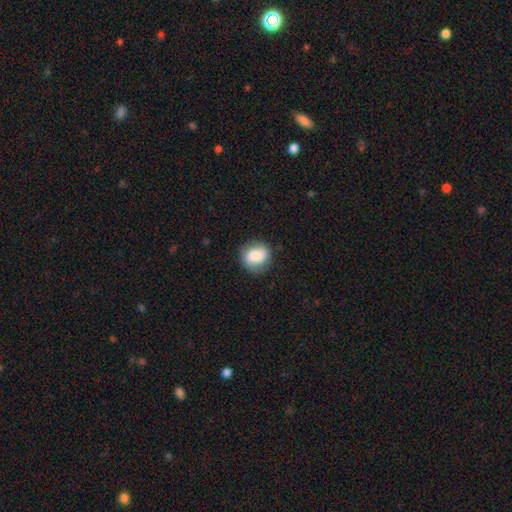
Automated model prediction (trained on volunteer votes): Overall: smooth (79%). How rounded: round (74%). Merging: none (77%).